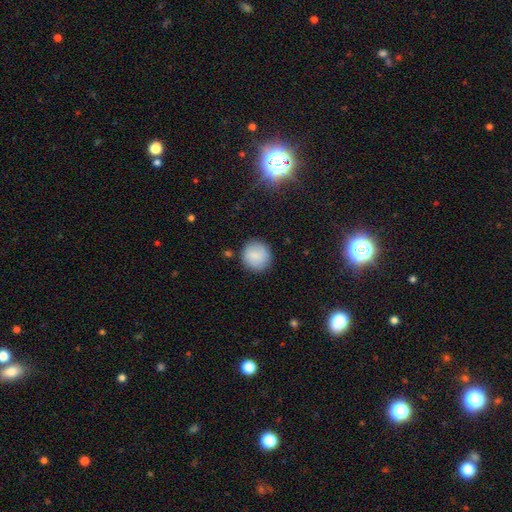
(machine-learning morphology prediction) Q: Smooth or featured?
A: smooth (84%); runner-up: featured or disk (9%)
Q: How rounded?
A: round (92%); runner-up: in between (7%)
Q: Merging?
A: none (87%); runner-up: minor disturbance (9%)